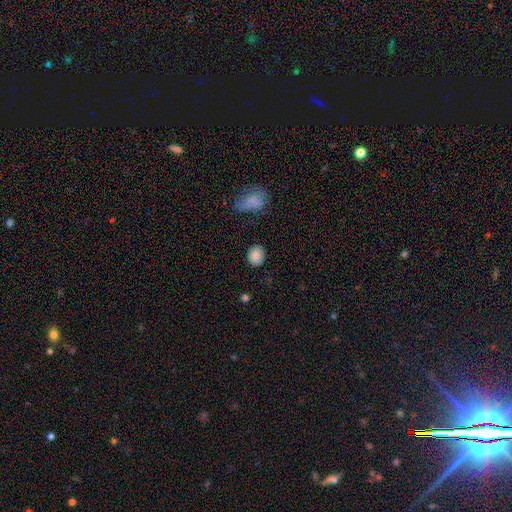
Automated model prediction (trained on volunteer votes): smooth 86%, star or artifact 9%, featured or disk 5%. Down the decision tree: how rounded — round (63%); merging — none (83%).